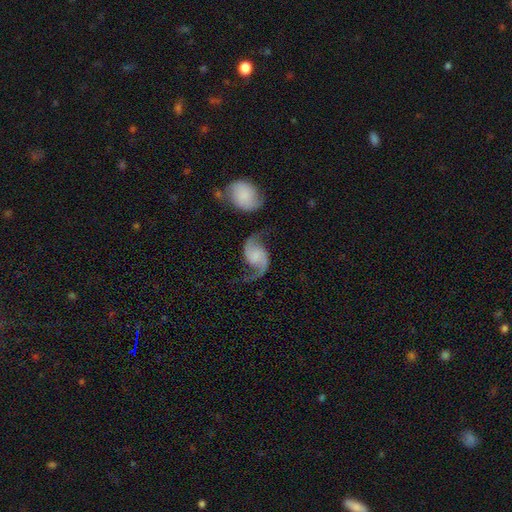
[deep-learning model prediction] This is clearly a featured or disk galaxy (89%). It is clearly not viewed edge-on (98%). Bar: likely no (60%). Spiral arm pattern: clearly yes (98%). Spiral arm count: clearly 2 (94%). Spiral winding: likely loose (72%). Central bulge: marginally none (36%). Merging: likely none (68%).